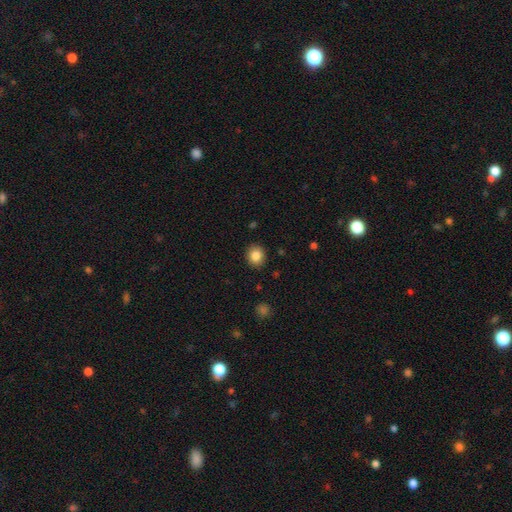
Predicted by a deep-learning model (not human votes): Q: Smooth or featured?
A: smooth (85%); runner-up: star or artifact (10%)
Q: How rounded?
A: round (77%); runner-up: in between (22%)
Q: Merging?
A: none (90%); runner-up: minor disturbance (7%)